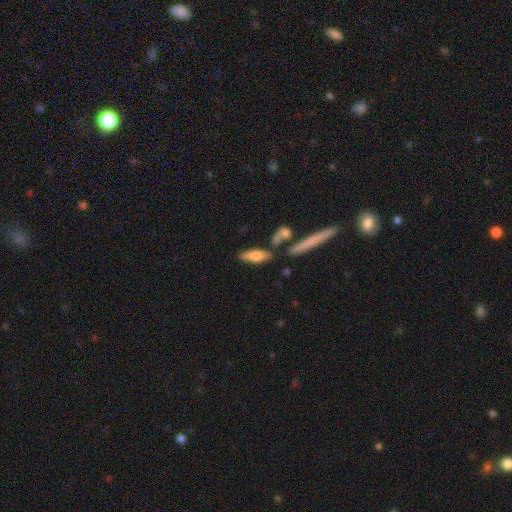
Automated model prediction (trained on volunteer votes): This is likely a smooth galaxy (64%). How rounded: possibly cigar-shaped (49%). Merging: likely none (69%).